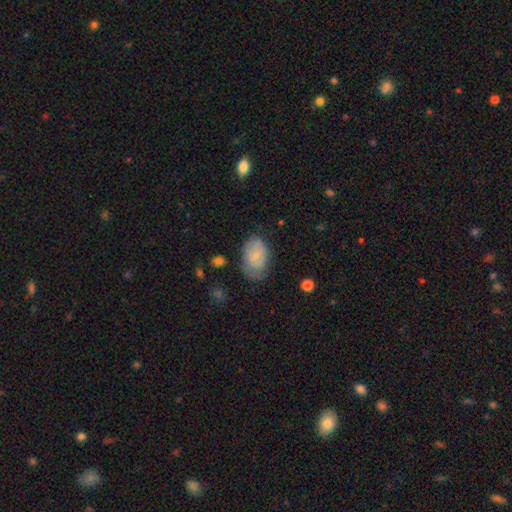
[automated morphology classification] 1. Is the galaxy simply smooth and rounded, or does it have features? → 59% smooth, 33% featured or disk, 7% star or artifact.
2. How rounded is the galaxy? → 87% in between, 11% round, 1% cigar-shaped.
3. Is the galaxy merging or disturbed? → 53% none, 32% minor disturbance, 13% major disturbance, 2% merger.